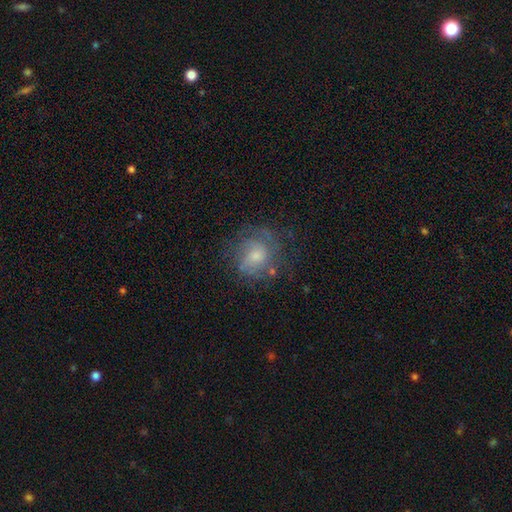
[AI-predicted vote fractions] smooth-or-featured: featured or disk: 56% | smooth: 34% | star or artifact: 10%
  disk-edge-on: no: 97% | yes: 3%
    bar: no: 68% | weak: 28% | strong: 4%
    has-spiral-arms: yes: 74% | no: 26%
    bulge-size: moderate: 46% | small: 37% | none: 8% | large: 7% | dominant: 1%
  merging: none: 63% | minor disturbance: 21% | major disturbance: 14% | merger: 2%